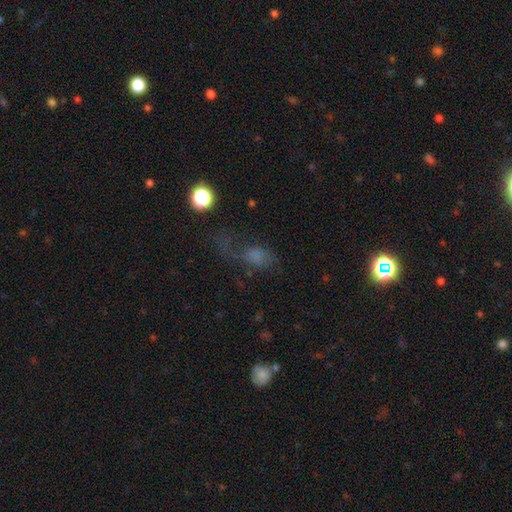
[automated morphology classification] Overall: smooth (56%; featured or disk 23%). How rounded: in between (72%). Merging: major disturbance (40%; none 35%).